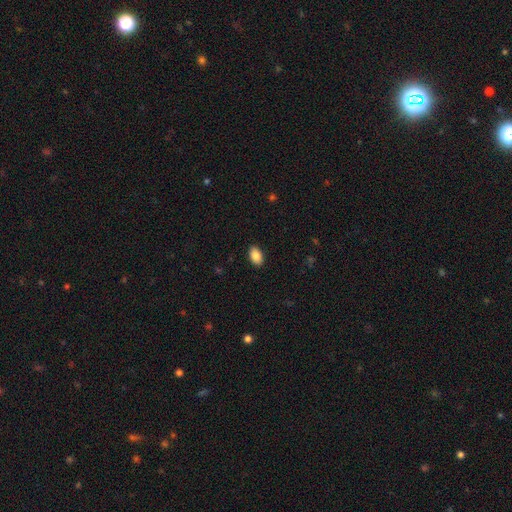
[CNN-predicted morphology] Smooth or featured? smooth (88%)
How rounded? in between (92%)
Merging? none (89%)